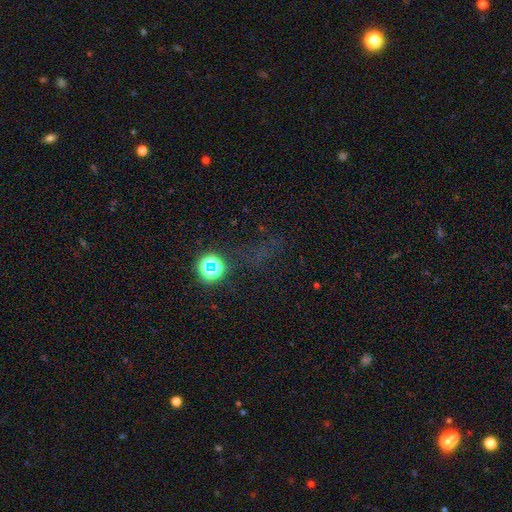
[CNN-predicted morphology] Smooth or featured? star or artifact (63%)